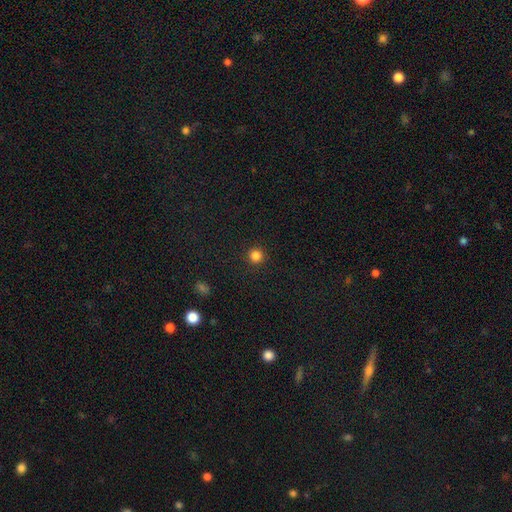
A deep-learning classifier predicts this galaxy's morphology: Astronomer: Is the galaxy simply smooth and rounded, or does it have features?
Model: smooth — 84%.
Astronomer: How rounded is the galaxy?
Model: round — 95%.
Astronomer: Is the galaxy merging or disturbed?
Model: none — 92%.